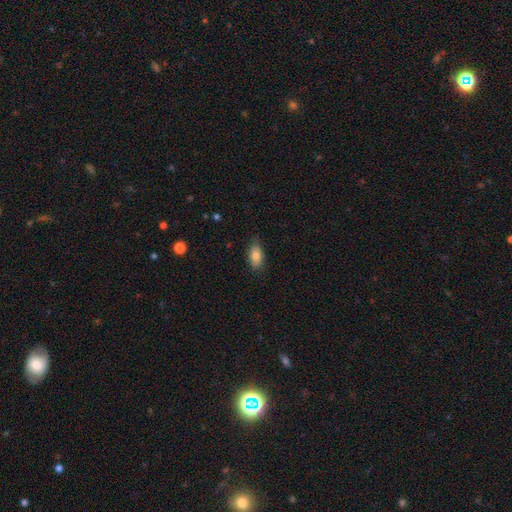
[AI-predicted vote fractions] Smooth or featured?
  - smooth: 82% *
  - featured or disk: 10%
  - star or artifact: 8%
How rounded?
  - in between: 89% *
  - cigar-shaped: 6%
  - round: 5%
Merging?
  - none: 77% *
  - minor disturbance: 18%
  - major disturbance: 3%
  - merger: 1%